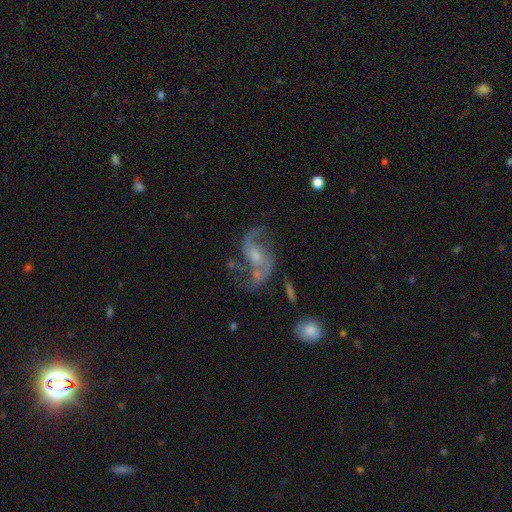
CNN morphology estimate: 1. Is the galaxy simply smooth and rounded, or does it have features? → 85% featured or disk, 9% star or artifact, 7% smooth.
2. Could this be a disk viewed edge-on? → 97% no, 3% yes.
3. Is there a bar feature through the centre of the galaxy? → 49% no, 38% weak, 13% strong.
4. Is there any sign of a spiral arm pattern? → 93% yes, 7% no.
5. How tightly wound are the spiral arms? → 57% loose, 35% medium, 8% tight.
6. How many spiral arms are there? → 85% 2, 5% can't tell, 3% 3, 3% 1, 2% 4, 2% more than 4.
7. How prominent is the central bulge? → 52% small, 40% moderate, 4% none, 3% large, 1% dominant.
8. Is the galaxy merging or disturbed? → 56% none, 18% major disturbance, 18% minor disturbance, 8% merger.